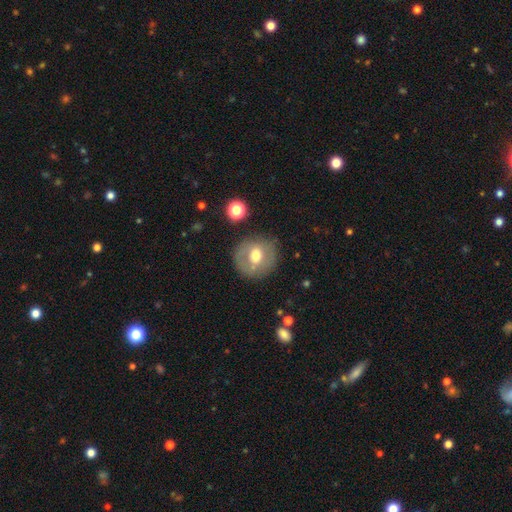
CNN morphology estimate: The model was most divided on "smooth or featured": smooth: 56%, featured or disk: 36%, star or artifact: 9%. More confident: how rounded — round (85%); merging — none (77%).